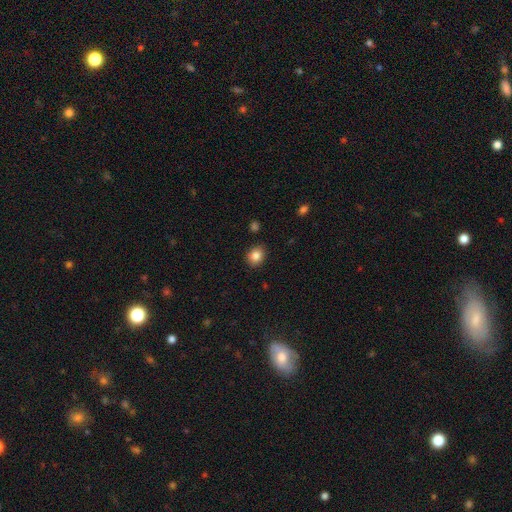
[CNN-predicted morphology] Smooth or featured: smooth — 85% (star or artifact — 10%)
How rounded: round — 61% (in between — 38%)
Merging: none — 88% (minor disturbance — 8%)